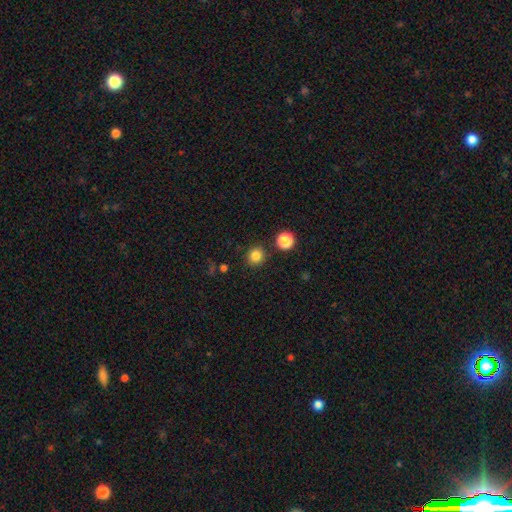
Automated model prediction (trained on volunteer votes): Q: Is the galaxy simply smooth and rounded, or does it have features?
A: smooth — 83%.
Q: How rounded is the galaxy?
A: round — 91%.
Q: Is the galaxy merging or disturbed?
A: none — 88%.